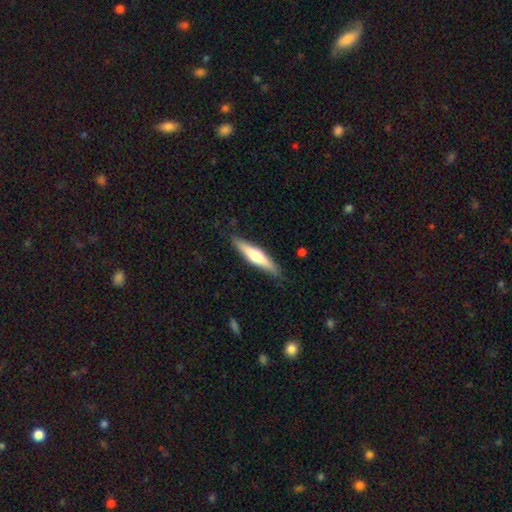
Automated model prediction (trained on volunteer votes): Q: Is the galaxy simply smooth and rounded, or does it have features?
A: featured or disk — 48%.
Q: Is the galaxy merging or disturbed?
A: none — 85%.